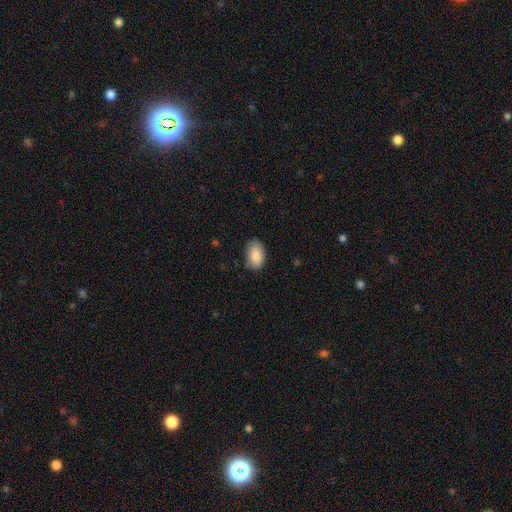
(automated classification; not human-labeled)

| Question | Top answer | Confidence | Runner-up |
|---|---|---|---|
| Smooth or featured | smooth | 87% | star or artifact (7%) |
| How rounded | in between | 91% | round (8%) |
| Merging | none | 78% | minor disturbance (17%) |